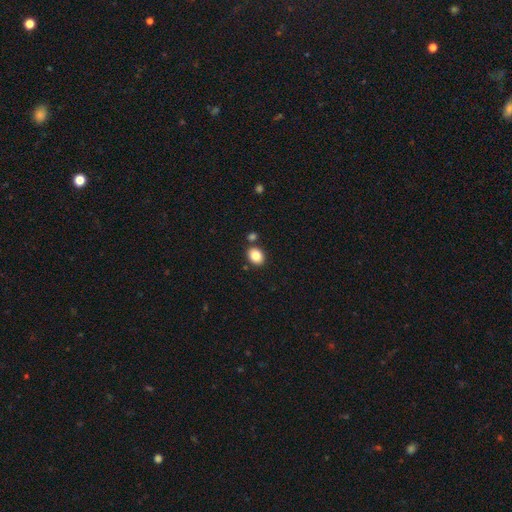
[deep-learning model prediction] Overall: smooth (84%). How rounded: in between (56%; round 43%). Merging: none (82%).